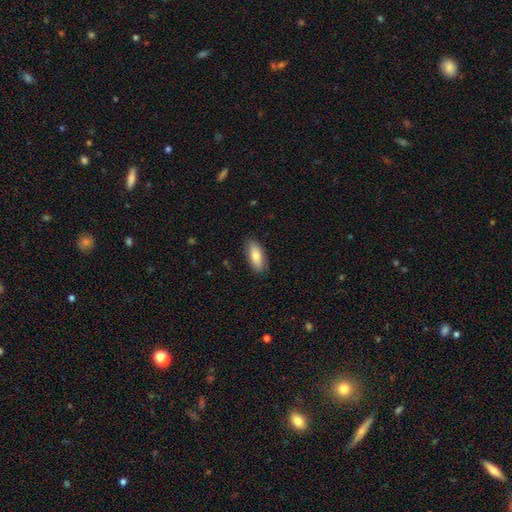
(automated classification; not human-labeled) Smooth or featured: smooth — 78% (featured or disk — 16%)
How rounded: in between — 78% (cigar-shaped — 20%)
Merging: none — 86% (minor disturbance — 11%)